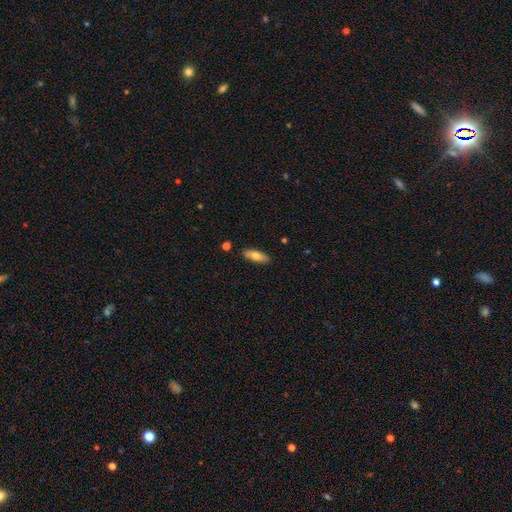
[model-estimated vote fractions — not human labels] Smooth or featured?
  - smooth: 70% *
  - featured or disk: 24%
  - star or artifact: 6%
How rounded?
  - in between: 63% *
  - cigar-shaped: 34%
  - round: 2%
Merging?
  - none: 87% *
  - minor disturbance: 10%
  - merger: 2%
  - major disturbance: 2%